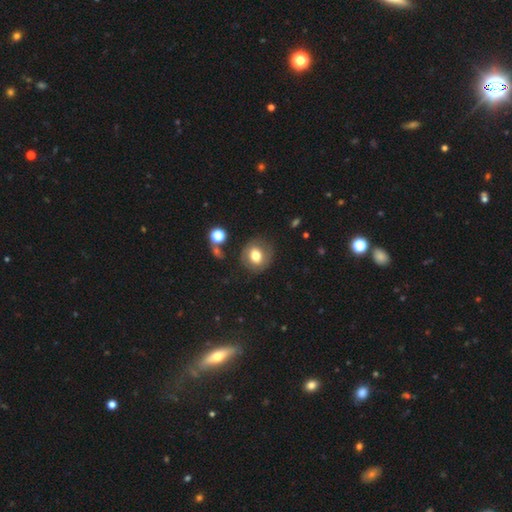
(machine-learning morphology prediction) Smooth or featured?
  - smooth: 72% *
  - featured or disk: 18%
  - star or artifact: 10%
How rounded?
  - round: 71% *
  - in between: 28%
  - cigar-shaped: 1%
Merging?
  - none: 77% *
  - minor disturbance: 14%
  - major disturbance: 6%
  - merger: 3%